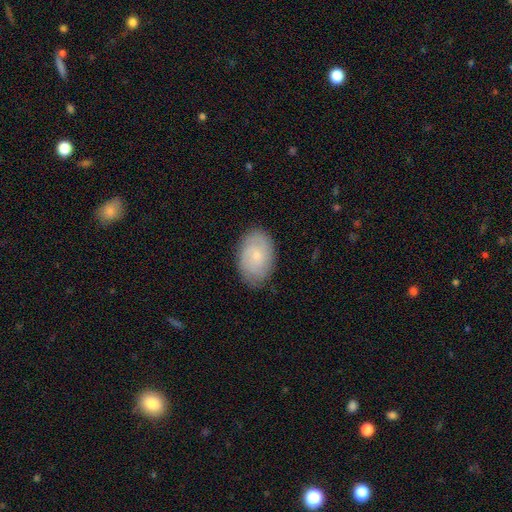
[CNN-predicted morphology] Overall: featured or disk (51%; smooth 42%). Edge-on disk: no (96%). Merging: none (82%).